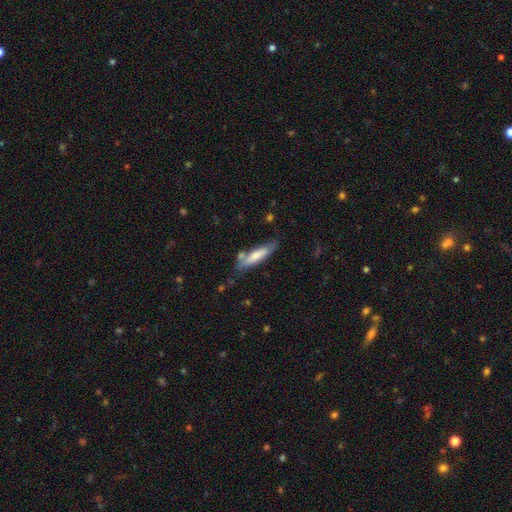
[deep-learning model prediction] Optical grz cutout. It shows a smooth galaxy with no disk features (70%) that is cigar-shaped (76%). Merging: none (65%).